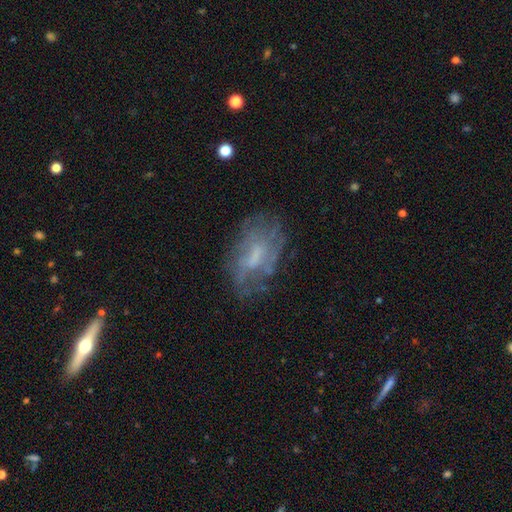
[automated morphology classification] Overall: featured or disk (56%; smooth 33%). Edge-on disk: no (95%). Bar: no (53%; weak 39%). Spiral arms: no (56%; yes 44%). Bulge size: none (36%; small 29%). Merging: none (58%; minor disturbance 23%).